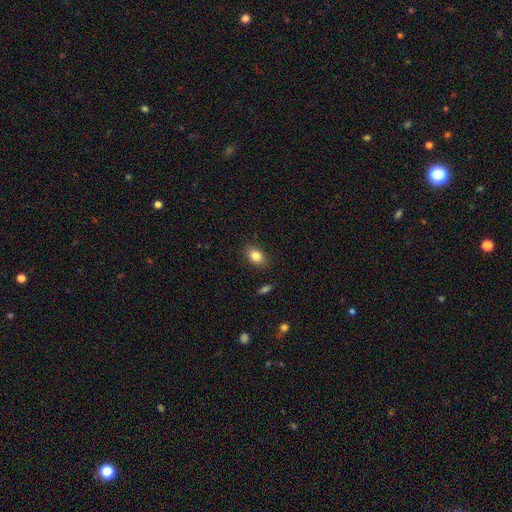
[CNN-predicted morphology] This is clearly a smooth galaxy (83%). How rounded: clearly in between (81%). Merging: clearly none (85%).